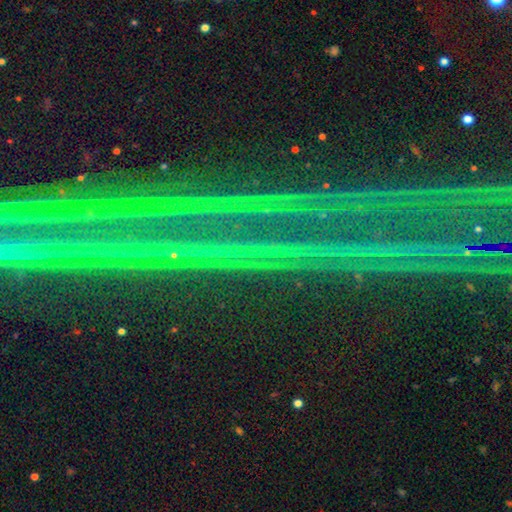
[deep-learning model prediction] smooth_or_featured: star or artifact (p=0.87) [alt: featured or disk p=0.08]